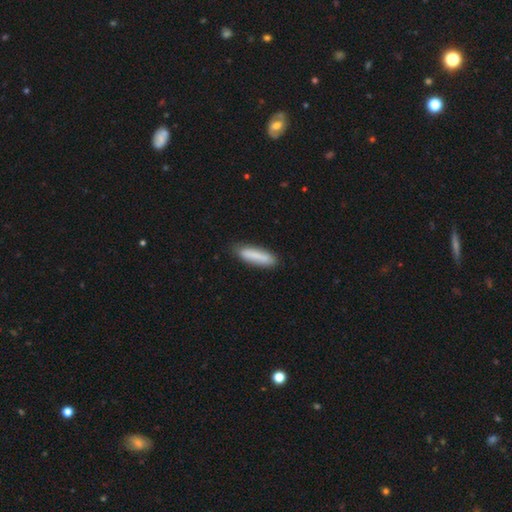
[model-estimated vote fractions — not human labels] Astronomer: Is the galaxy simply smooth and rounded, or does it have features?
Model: smooth — 82%.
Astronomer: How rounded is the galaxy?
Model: cigar-shaped — 71%.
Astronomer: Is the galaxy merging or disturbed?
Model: none — 80%.